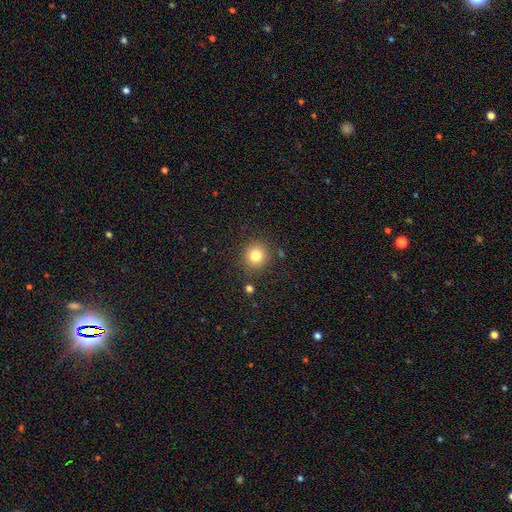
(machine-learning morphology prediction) Smooth or featured: smooth — 81% (star or artifact — 12%)
How rounded: round — 90% (in between — 9%)
Merging: none — 86% (minor disturbance — 8%)